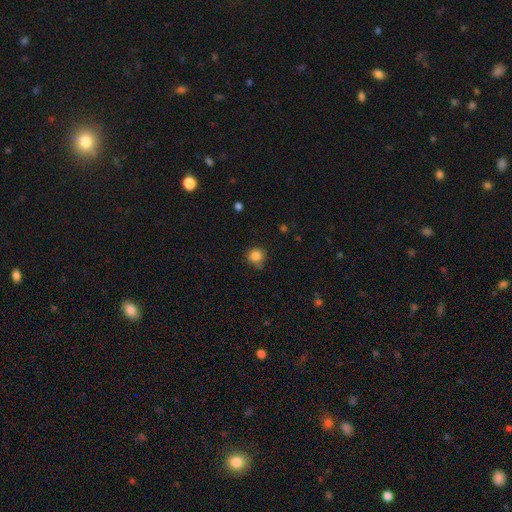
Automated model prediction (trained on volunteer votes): This is clearly a smooth galaxy (85%). How rounded: clearly round (92%). Merging: likely none (74%).